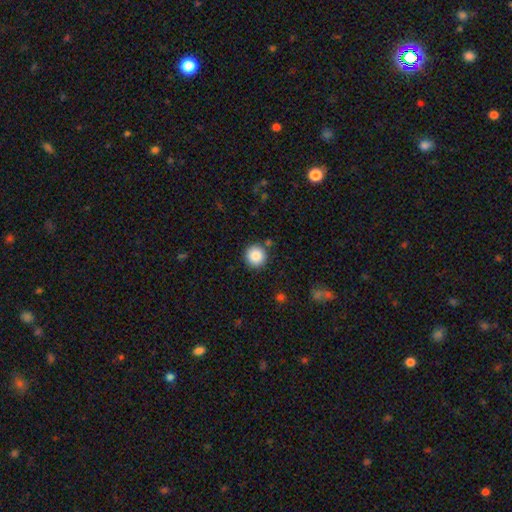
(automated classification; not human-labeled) A smooth galaxy with no disk features (87%) that is round (95%). Merging: none (88%).